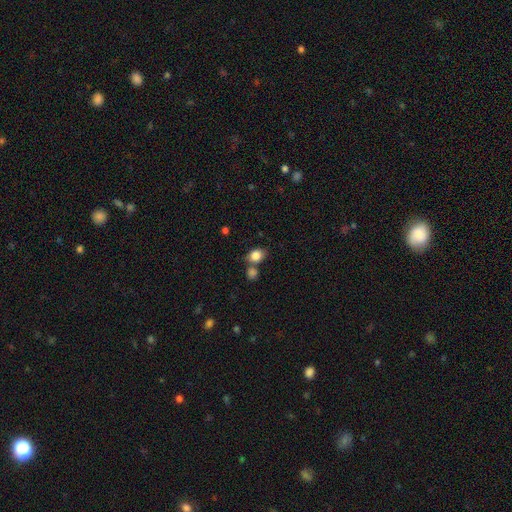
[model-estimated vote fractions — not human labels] smooth-or-featured: smooth: 84% | star or artifact: 9% | featured or disk: 7%
  how-rounded: in between: 60% | round: 38% | cigar-shaped: 1%
  merging: none: 58% | merger: 24% | minor disturbance: 13% | major disturbance: 4%